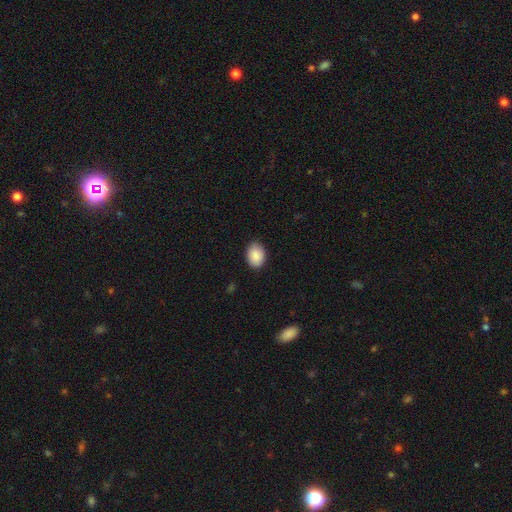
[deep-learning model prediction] Smooth or featured?
  - smooth: 88% *
  - star or artifact: 7%
  - featured or disk: 5%
How rounded?
  - in between: 73% *
  - round: 26%
  - cigar-shaped: 1%
Merging?
  - none: 84% *
  - minor disturbance: 12%
  - major disturbance: 2%
  - merger: 1%